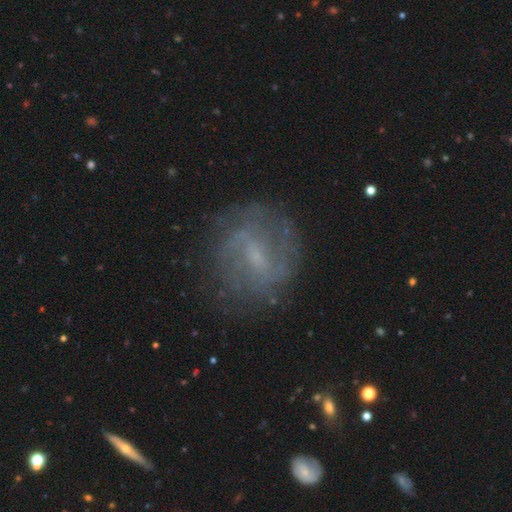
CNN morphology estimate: featured or disk 71%, smooth 17%, star or artifact 12%. Down the decision tree: edge-on disk — no (96%); bar — weak (57%); spiral arms — yes (83%); spiral arm count — 2 (53%); spiral winding — medium (40%); bulge size — small (58%); merging — none (77%).